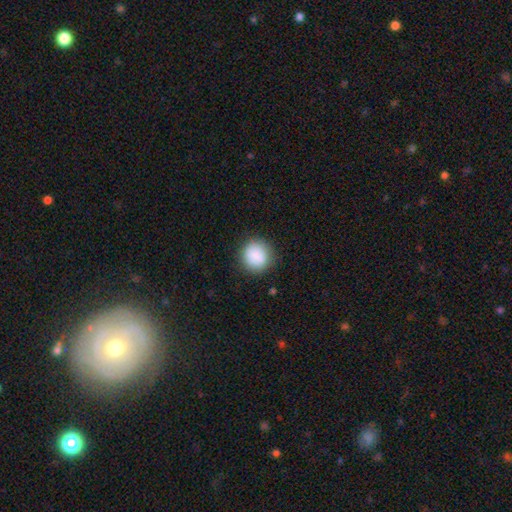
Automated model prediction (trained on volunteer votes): Smooth or featured?
  - smooth: 86% *
  - star or artifact: 8%
  - featured or disk: 6%
How rounded?
  - round: 90% *
  - in between: 9%
  - cigar-shaped: 1%
Merging?
  - none: 85% *
  - minor disturbance: 10%
  - major disturbance: 3%
  - merger: 2%